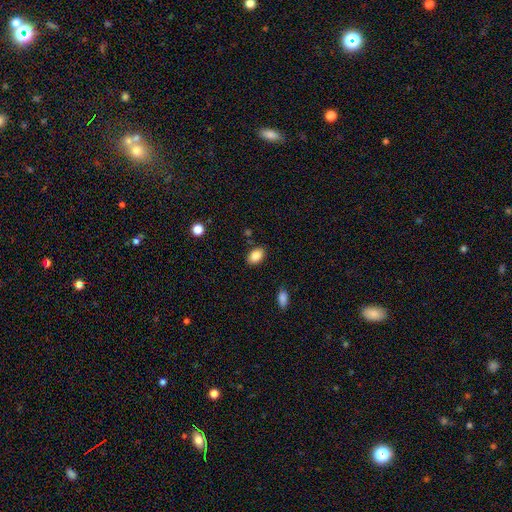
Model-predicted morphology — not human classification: This appears to be a smooth galaxy with no disk features (86%) that is in between round and cigar-shaped (84%). Merging: none (85%).